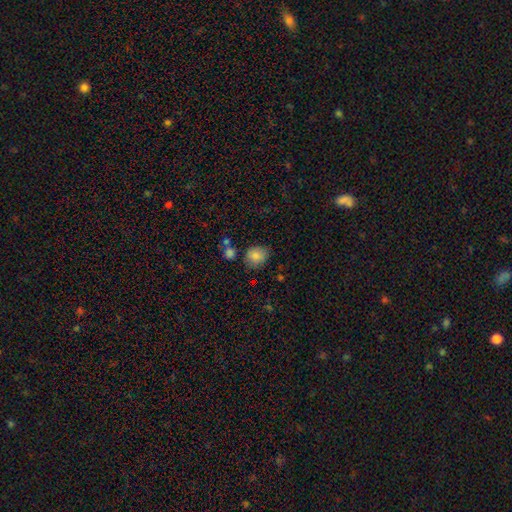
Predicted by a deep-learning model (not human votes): Q: Smooth or featured?
A: smooth (83%); runner-up: star or artifact (10%)
Q: How rounded?
A: round (66%); runner-up: in between (33%)
Q: Merging?
A: none (71%); runner-up: minor disturbance (19%)